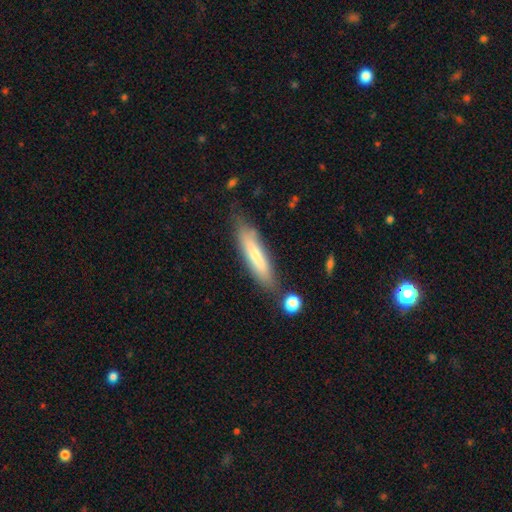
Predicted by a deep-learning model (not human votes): Morphology: type=smooth (63%); roundness=cigar-shaped (80%); merging=none (72%).